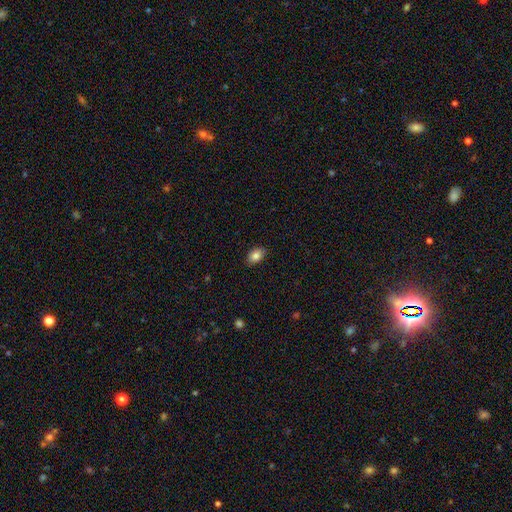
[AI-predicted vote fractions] Smooth or featured: smooth — 85% (star or artifact — 8%)
How rounded: in between — 82% (round — 17%)
Merging: none — 86% (minor disturbance — 11%)